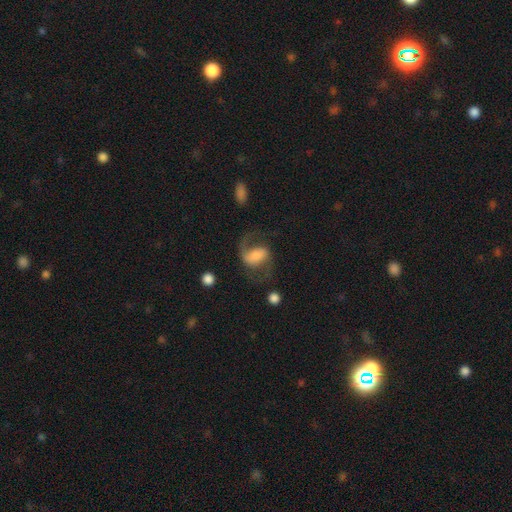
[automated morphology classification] Smooth or featured: featured or disk — 71% (smooth — 22%)
Edge-on disk: no — 97% (yes — 3%)
Bar: weak — 39% (strong — 32%)
Spiral arms: yes — 93% (no — 7%)
Spiral winding: loose — 50% (medium — 42%)
Spiral arm count: 2 — 82% (1 — 13%)
Bulge size: moderate — 35% (small — 26%)
Merging: none — 56% (major disturbance — 24%)